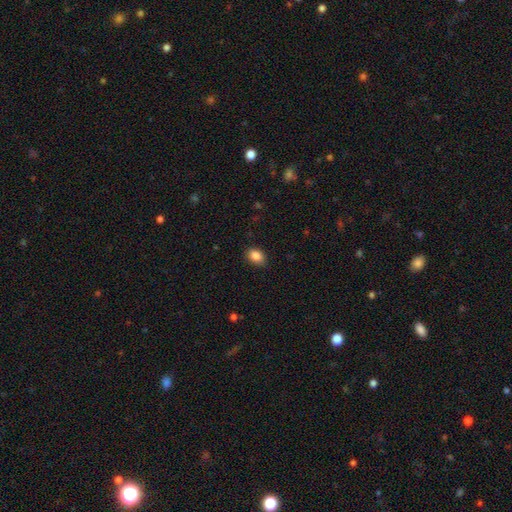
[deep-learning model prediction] A smooth galaxy with no disk features (87%) that is in between round and cigar-shaped (72%).

Vote fractions:
- Smooth or featured? smooth: 87% / star or artifact: 9% / featured or disk: 4%
- How rounded? in between: 72% / round: 27% / cigar-shaped: 1%
- Merging? none: 86% / minor disturbance: 11% / major disturbance: 2% / merger: 1%